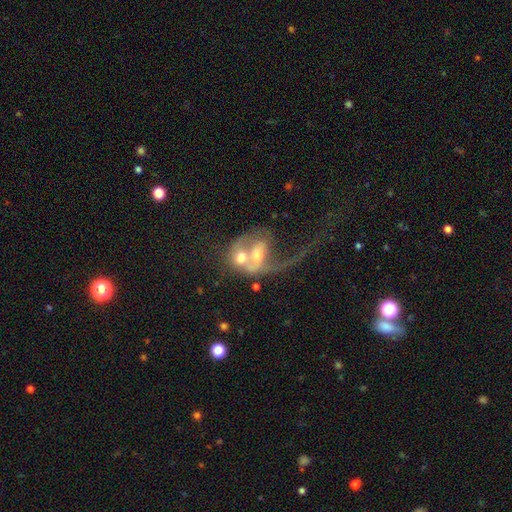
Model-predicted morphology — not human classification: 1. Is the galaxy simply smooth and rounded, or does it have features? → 62% featured or disk, 28% smooth, 9% star or artifact.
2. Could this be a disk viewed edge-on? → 95% no, 5% yes.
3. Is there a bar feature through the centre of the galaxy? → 62% no, 28% weak, 10% strong.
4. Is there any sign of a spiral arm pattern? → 58% yes, 42% no.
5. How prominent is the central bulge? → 53% moderate, 22% small, 15% large, 7% none, 3% dominant.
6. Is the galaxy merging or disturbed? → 64% merger, 22% major disturbance, 9% none, 5% minor disturbance.